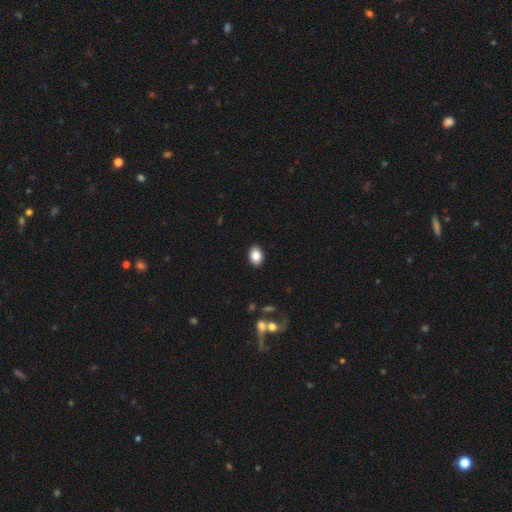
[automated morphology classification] Smooth or featured? Predicted: smooth (p=0.85). How rounded? Predicted: in between (p=0.77). Merging? Predicted: none (p=0.91).